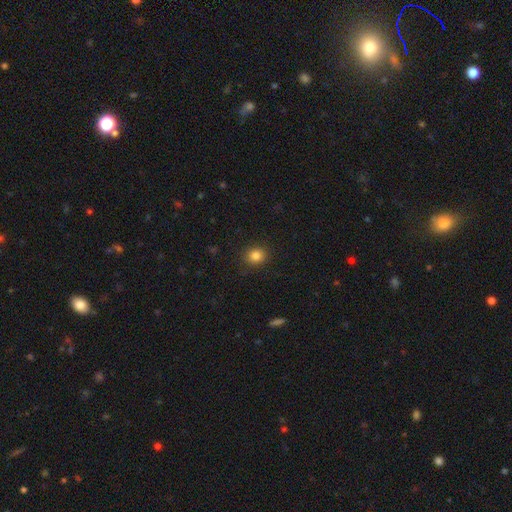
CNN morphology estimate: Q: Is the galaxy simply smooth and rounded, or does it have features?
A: smooth — 84%.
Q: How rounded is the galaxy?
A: round — 73%.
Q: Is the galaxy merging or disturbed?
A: none — 88%.